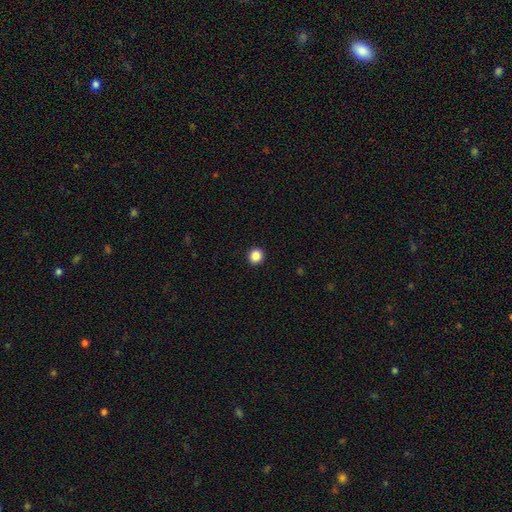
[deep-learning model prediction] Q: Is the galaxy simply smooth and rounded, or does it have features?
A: smooth — 87%.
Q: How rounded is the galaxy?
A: round — 90%.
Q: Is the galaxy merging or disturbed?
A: none — 93%.